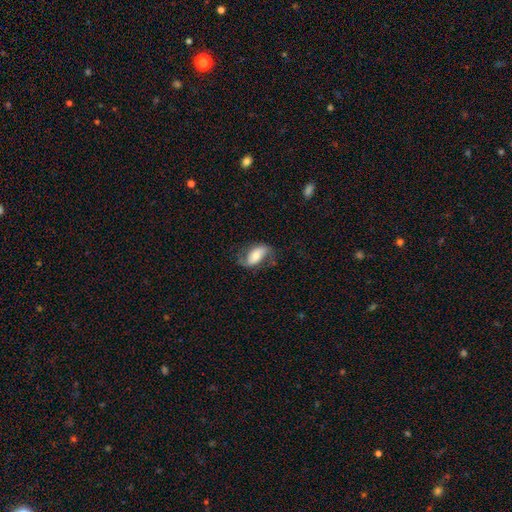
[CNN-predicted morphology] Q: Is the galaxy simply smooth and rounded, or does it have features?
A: featured or disk — 60%.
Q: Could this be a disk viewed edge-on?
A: no — 94%.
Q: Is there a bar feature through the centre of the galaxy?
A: no — 43%.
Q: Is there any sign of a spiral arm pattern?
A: yes — 87%.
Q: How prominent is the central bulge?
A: moderate — 51%.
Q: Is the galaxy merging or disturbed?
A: none — 63%.